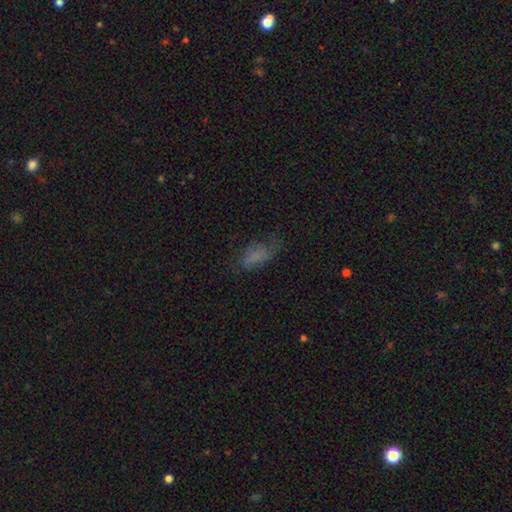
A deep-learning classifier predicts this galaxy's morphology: Smooth or featured? Predicted: smooth (p=0.67). How rounded? Predicted: in between (p=0.83). Merging? Predicted: none (p=0.48).